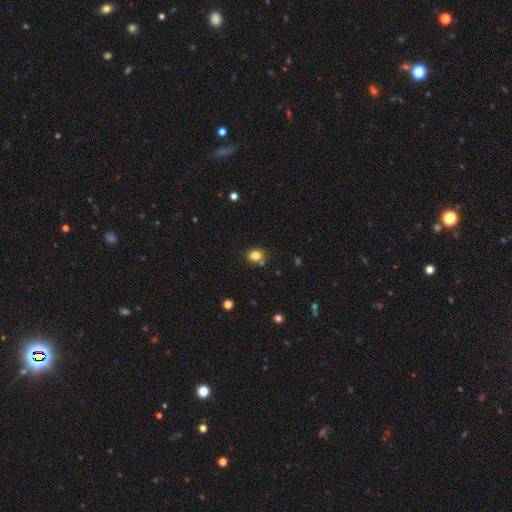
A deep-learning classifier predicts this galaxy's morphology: smooth-or-featured: smooth: 81% | star or artifact: 12% | featured or disk: 7%
  how-rounded: round: 64% | in between: 36% | cigar-shaped: 1%
  merging: none: 74% | minor disturbance: 12% | merger: 11% | major disturbance: 3%